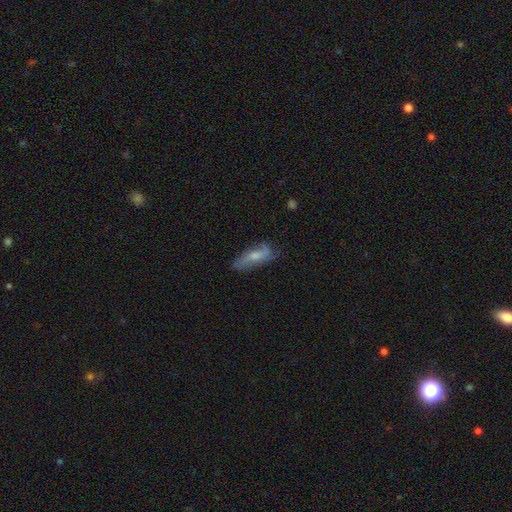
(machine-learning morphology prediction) Smooth or featured? smooth (47%)
Merging? none (54%)